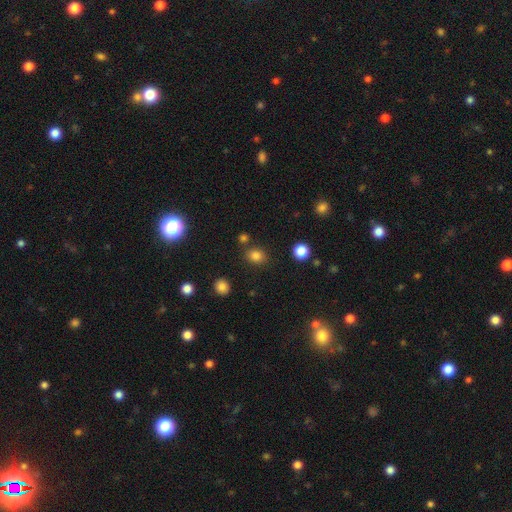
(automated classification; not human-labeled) The model was most divided on "how rounded": round: 56%, in between: 43%, cigar-shaped: 1%. More confident: smooth or featured — smooth (82%); merging — none (80%).